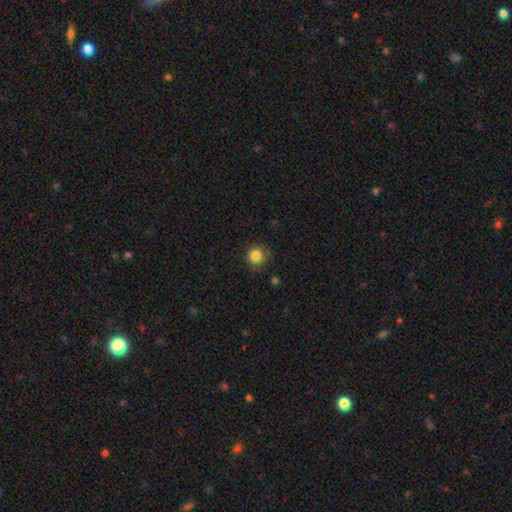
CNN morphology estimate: type=smooth (84%); roundness=round (94%); merging=none (87%).